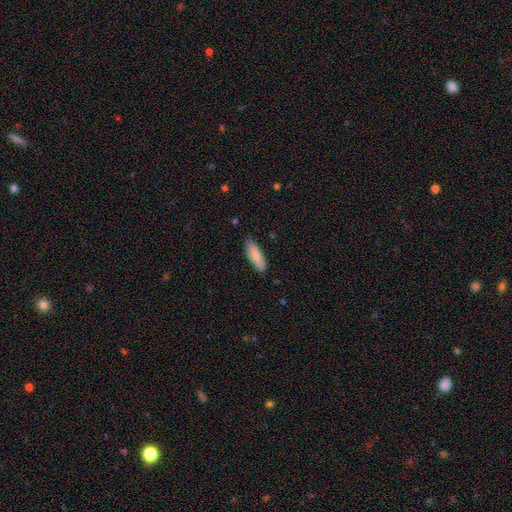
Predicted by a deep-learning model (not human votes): A smooth galaxy with no disk features (85%) that is in between round and cigar-shaped (59%). Merging: none (81%).